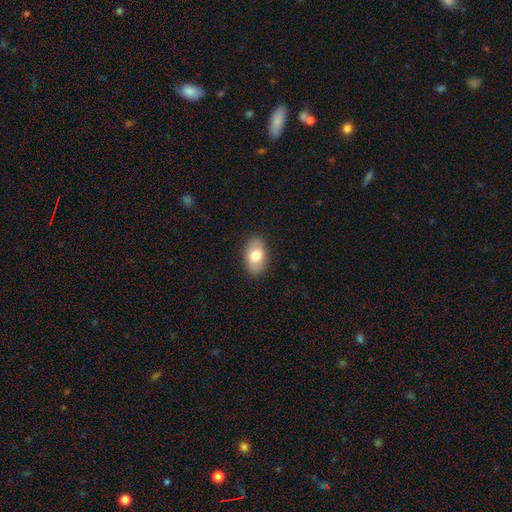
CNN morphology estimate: This appears to be a smooth galaxy with no disk features (75%) that is in between round and cigar-shaped (91%). Merging: none (87%).